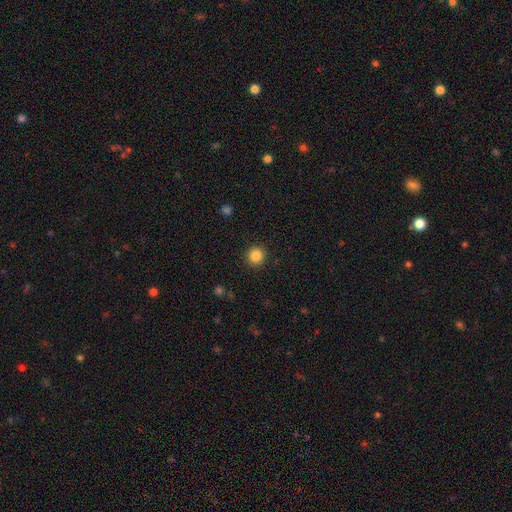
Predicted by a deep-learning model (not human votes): smooth_or_featured: smooth (p=0.85) [alt: star or artifact p=0.11]
how_rounded: round (p=0.91) [alt: in between p=0.08]
merging: none (p=0.91) [alt: minor disturbance p=0.06]